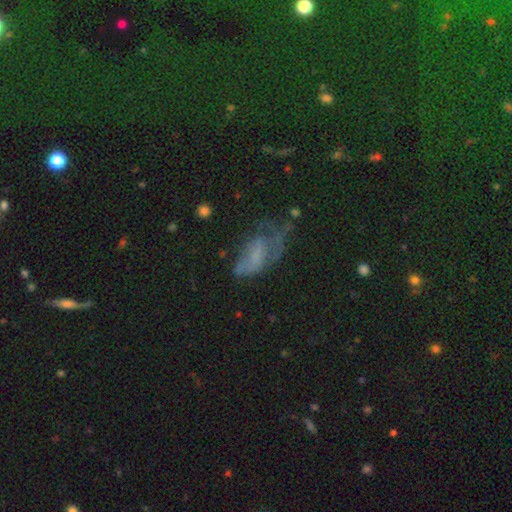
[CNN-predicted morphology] The model was most divided on "smooth or featured": smooth: 42%, featured or disk: 39%, star or artifact: 19%. Remaining: merging — major disturbance (40%).